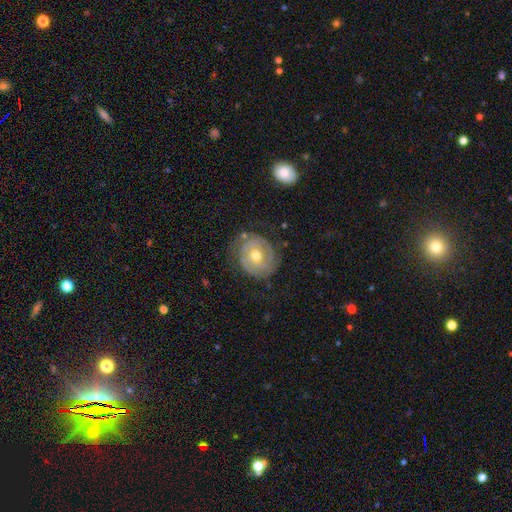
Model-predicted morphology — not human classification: smooth-or-featured: featured or disk: 74% | smooth: 20% | star or artifact: 6%
  disk-edge-on: no: 97% | yes: 3%
    bar: no: 60% | weak: 32% | strong: 8%
    has-spiral-arms: yes: 84% | no: 16%
      spiral-winding: tight: 67% | medium: 25% | loose: 8%
      spiral-arm-count: 2: 55% | can't tell: 24% | 3: 9% | 1: 6% | 4: 3% | more than 4: 3%
    bulge-size: moderate: 72% | small: 23% | large: 3% | none: 1% | dominant: 1%
  merging: none: 69% | minor disturbance: 20% | major disturbance: 9% | merger: 2%